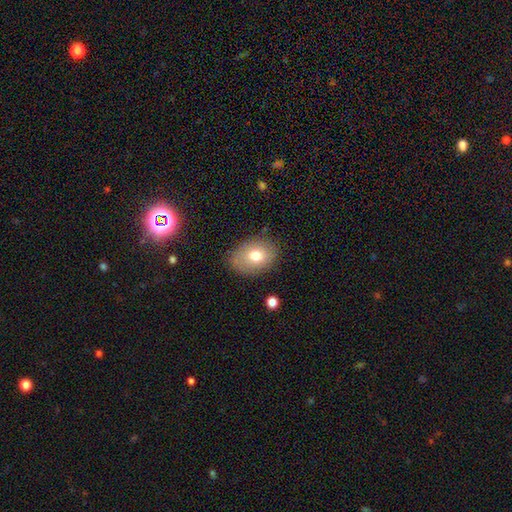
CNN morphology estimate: smooth 76%, featured or disk 16%, star or artifact 9%. Down the decision tree: how rounded — in between (75%); merging — none (79%).